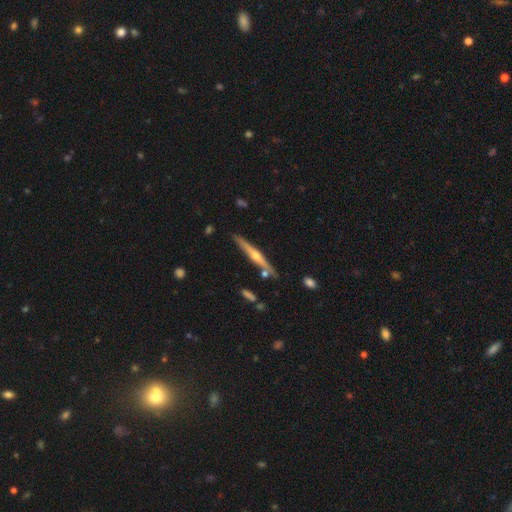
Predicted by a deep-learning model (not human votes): featured or disk 74%, smooth 21%, star or artifact 6%. Down the decision tree: edge-on disk — yes (97%); edge-on bulge — rounded (88%); merging — none (85%).